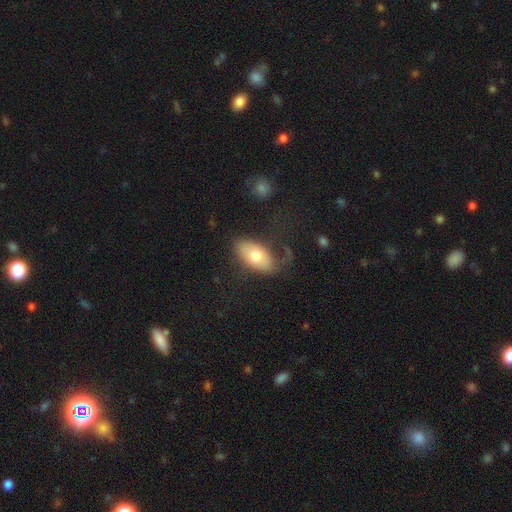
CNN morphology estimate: This is likely a smooth galaxy (72%). How rounded: clearly in between (93%). Merging: likely none (62%).